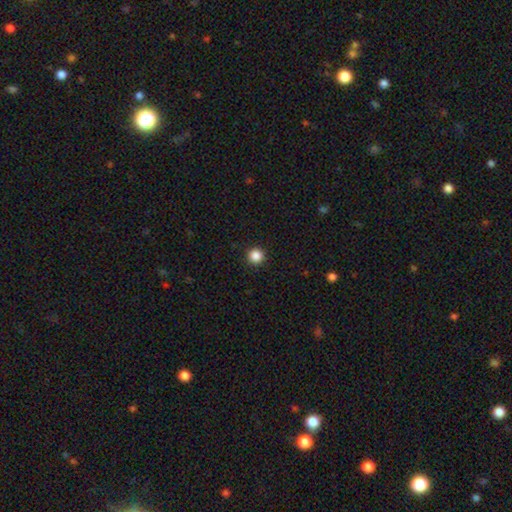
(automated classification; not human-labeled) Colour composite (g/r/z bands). It shows a smooth galaxy with no disk features (87%) that is round (96%). Merging: none (93%).